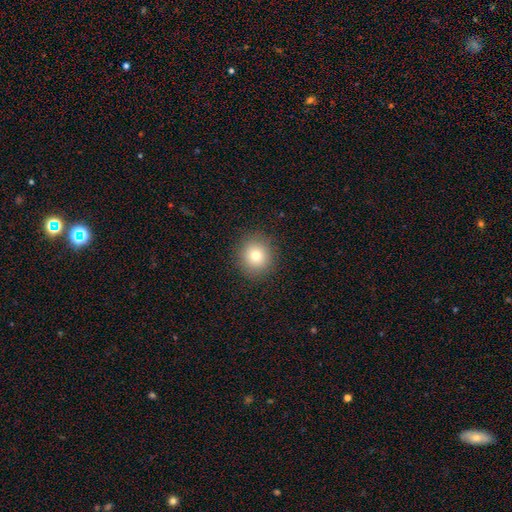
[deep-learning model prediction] This is likely a smooth galaxy (78%). How rounded: clearly round (89%). Merging: clearly none (90%).